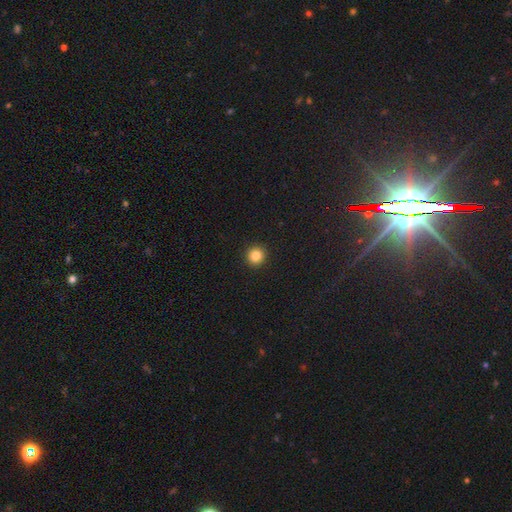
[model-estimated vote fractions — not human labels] smooth_or_featured: smooth (p=0.84) [alt: star or artifact p=0.12]
how_rounded: round (p=0.95) [alt: in between p=0.04]
merging: none (p=0.94) [alt: minor disturbance p=0.04]